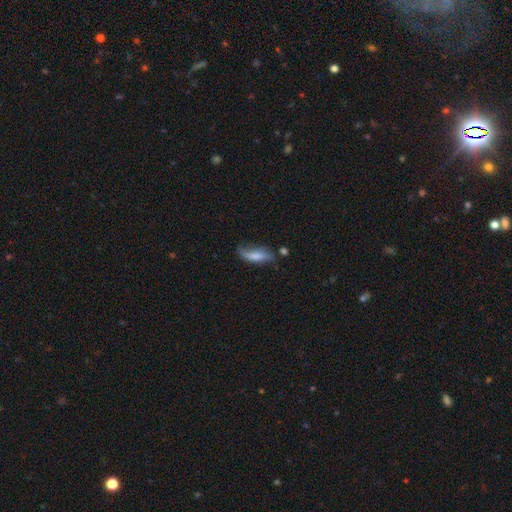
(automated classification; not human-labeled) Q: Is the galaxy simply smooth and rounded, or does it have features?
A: smooth — 63%.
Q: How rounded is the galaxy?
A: in between — 56%.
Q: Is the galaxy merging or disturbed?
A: none — 40%.